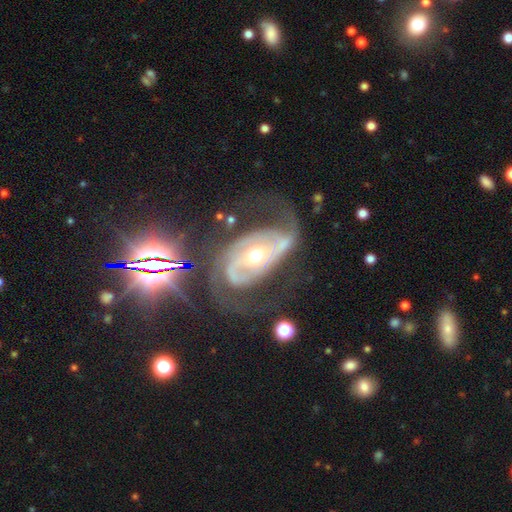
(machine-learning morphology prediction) featured or disk 86%, star or artifact 8%, smooth 6%. Down the decision tree: edge-on disk — no (96%); bar — no (43%); spiral arms — yes (94%); spiral arm count — 2 (81%); spiral winding — medium (45%); bulge size — moderate (61%); merging — none (53%).